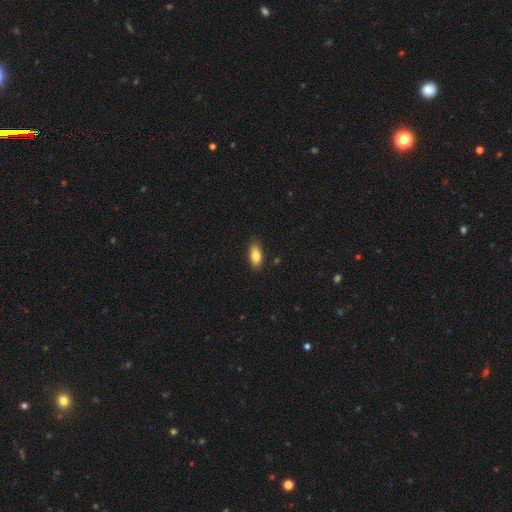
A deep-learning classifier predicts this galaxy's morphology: The model was most divided on "smooth or featured": smooth: 82%, featured or disk: 11%, star or artifact: 7%. More confident: how rounded — in between (89%); merging — none (86%).